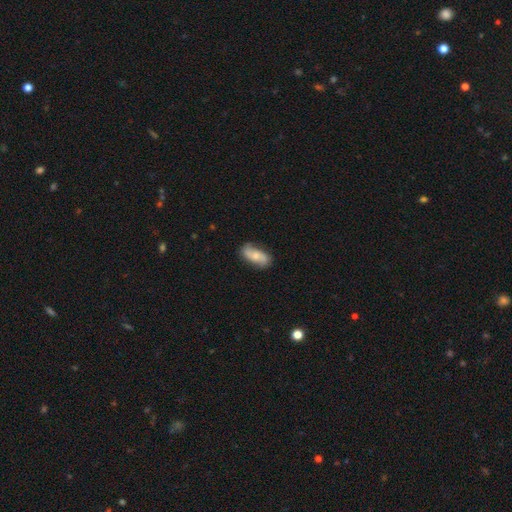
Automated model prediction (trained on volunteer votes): Morphology: type=smooth (56%); roundness=in between (84%); merging=none (74%).